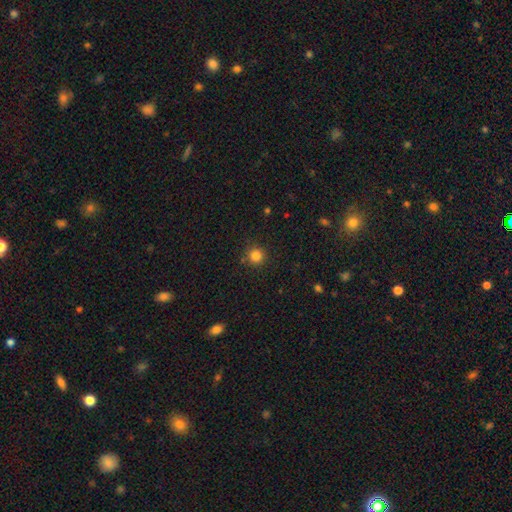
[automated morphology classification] Smooth or featured?
  - smooth: 83% *
  - star or artifact: 13%
  - featured or disk: 4%
How rounded?
  - round: 94% *
  - in between: 5%
  - cigar-shaped: 1%
Merging?
  - none: 86% *
  - minor disturbance: 8%
  - merger: 3%
  - major disturbance: 2%